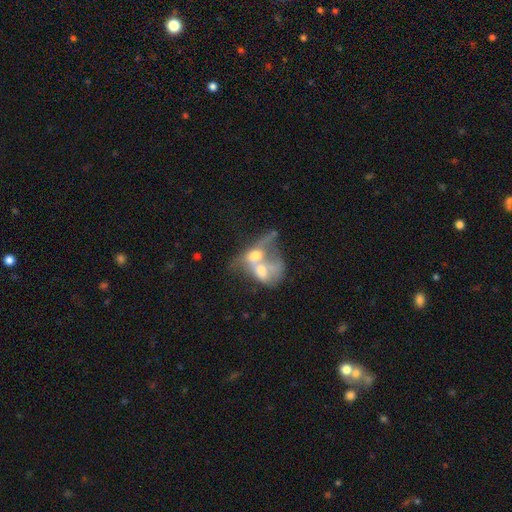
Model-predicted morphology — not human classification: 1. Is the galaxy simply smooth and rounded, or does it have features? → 47% featured or disk, 43% smooth, 10% star or artifact.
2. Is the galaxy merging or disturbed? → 80% merger, 10% major disturbance, 6% none, 4% minor disturbance.